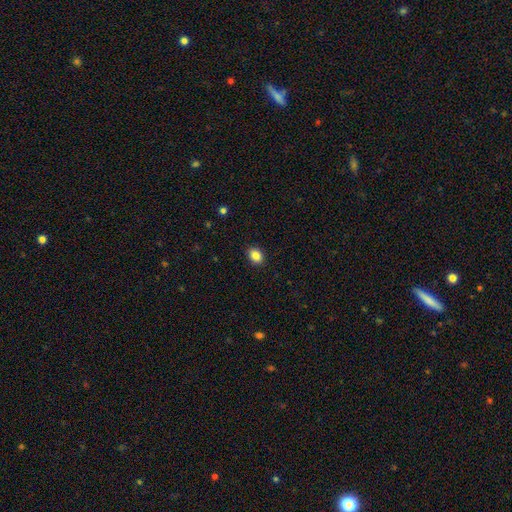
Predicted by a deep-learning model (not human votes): Smooth or featured?
  - smooth: 85% *
  - star or artifact: 9%
  - featured or disk: 5%
How rounded?
  - in between: 60% *
  - round: 39%
  - cigar-shaped: 1%
Merging?
  - none: 90% *
  - minor disturbance: 7%
  - major disturbance: 2%
  - merger: 1%